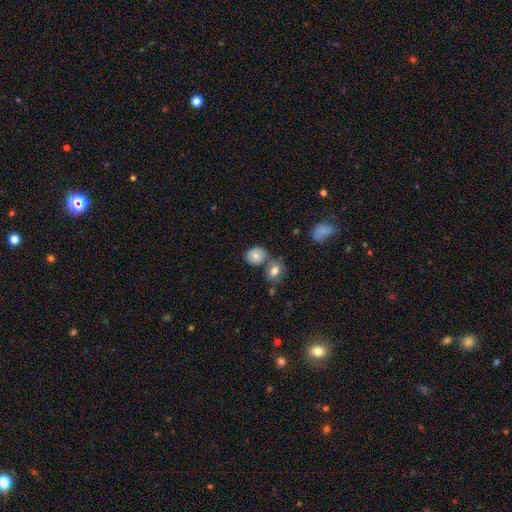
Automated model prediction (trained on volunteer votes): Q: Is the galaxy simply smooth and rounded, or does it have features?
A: smooth — 76%.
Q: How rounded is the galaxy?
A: round — 62%.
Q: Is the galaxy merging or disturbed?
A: none — 54%.